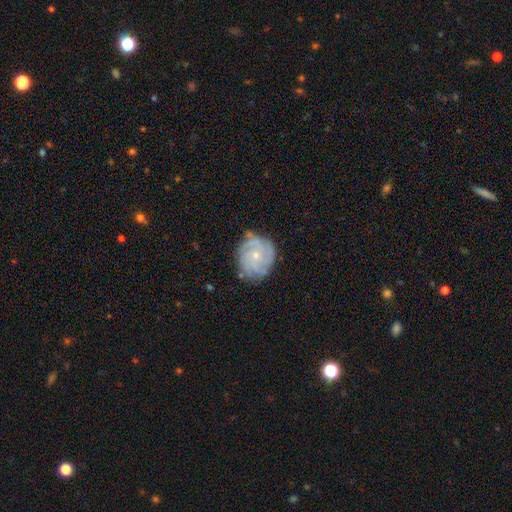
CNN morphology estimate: Overall: featured or disk (75%). Edge-on disk: no (98%). Bar: no (79%). Spiral arms: yes (91%). Spiral arm count: can't tell (34%; 3 23%). Spiral winding: tight (68%). Bulge size: small (70%). Merging: none (75%).